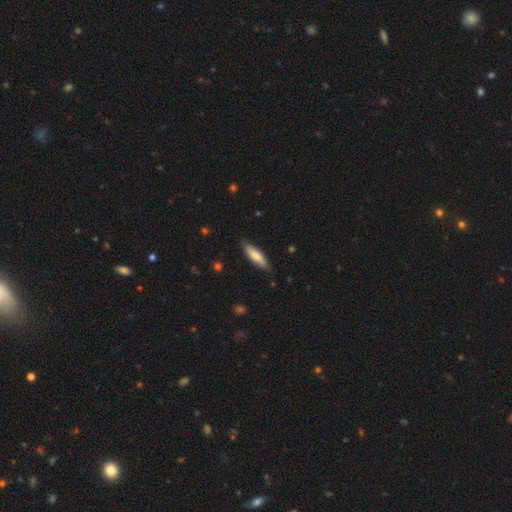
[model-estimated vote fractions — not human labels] smooth-or-featured: smooth: 72% | featured or disk: 23% | star or artifact: 5%
  how-rounded: cigar-shaped: 62% | in between: 37% | round: 2%
  merging: none: 83% | minor disturbance: 14% | major disturbance: 2% | merger: 1%